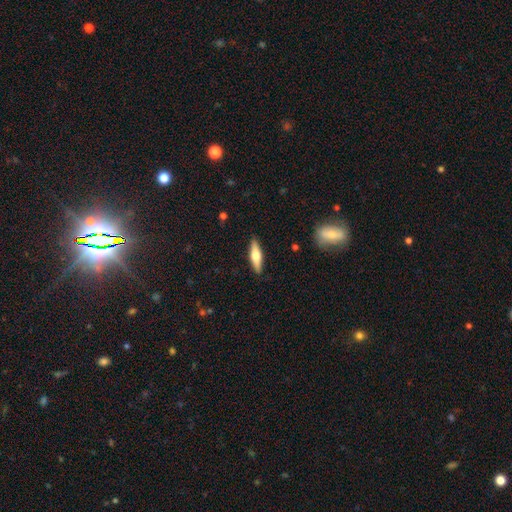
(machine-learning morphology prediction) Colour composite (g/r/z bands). It shows a smooth galaxy with no disk features (52%) that is cigar-shaped (63%). Merging: none (89%).